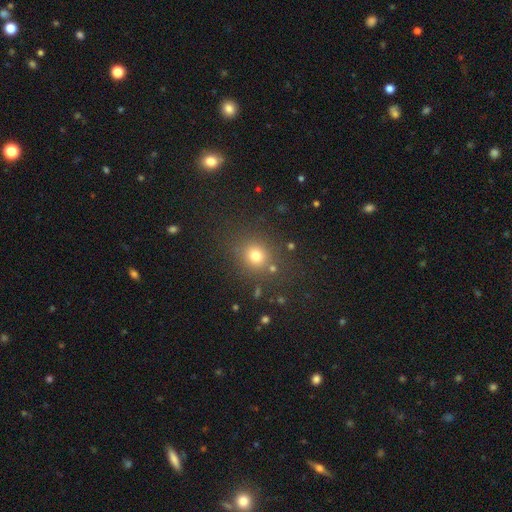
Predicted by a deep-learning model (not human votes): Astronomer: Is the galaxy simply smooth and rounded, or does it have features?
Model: smooth — 75%.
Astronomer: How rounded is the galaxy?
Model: round — 81%.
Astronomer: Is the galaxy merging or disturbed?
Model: none — 80%.